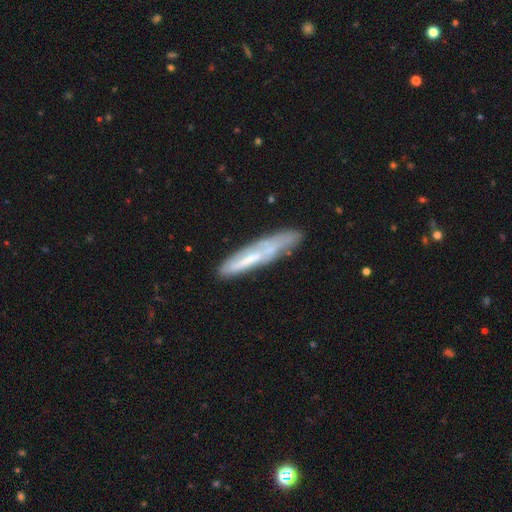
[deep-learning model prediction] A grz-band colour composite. It shows a featured or disk galaxy (48%). Merging: none (71%).